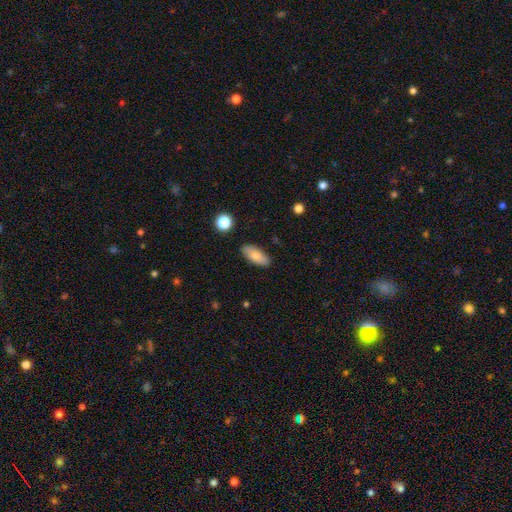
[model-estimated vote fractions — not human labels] smooth-or-featured: smooth: 78% | featured or disk: 15% | star or artifact: 7%
  how-rounded: in between: 86% | cigar-shaped: 11% | round: 3%
  merging: none: 87% | minor disturbance: 9% | major disturbance: 2% | merger: 2%